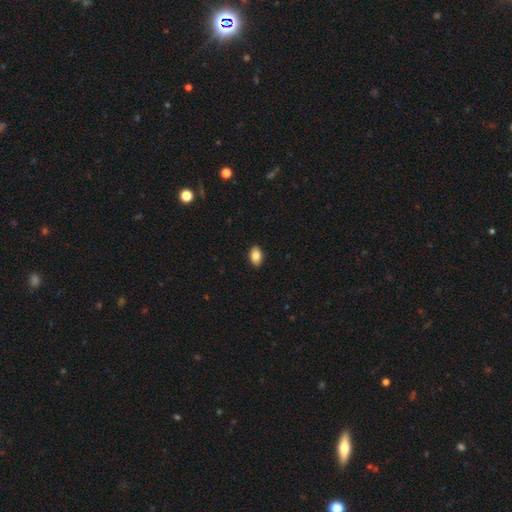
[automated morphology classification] A smooth galaxy with no disk features (86%) that is in between round and cigar-shaped (89%).

Vote fractions:
- Smooth or featured? smooth: 86% / star or artifact: 8% / featured or disk: 6%
- How rounded? in between: 89% / round: 9% / cigar-shaped: 1%
- Merging? none: 90% / minor disturbance: 7% / major disturbance: 2% / merger: 1%